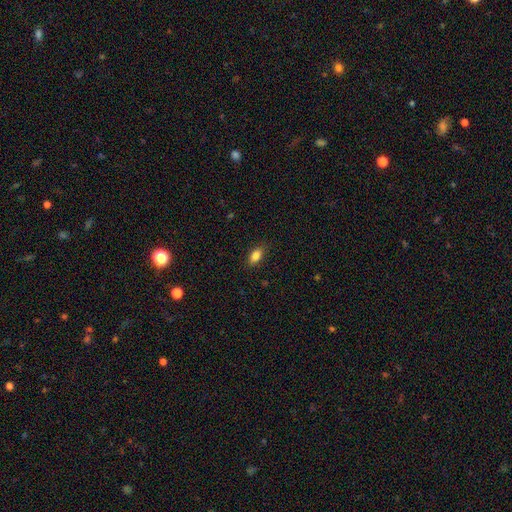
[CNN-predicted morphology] smooth 85%, star or artifact 9%, featured or disk 7%. Down the decision tree: how rounded — in between (87%); merging — none (86%).